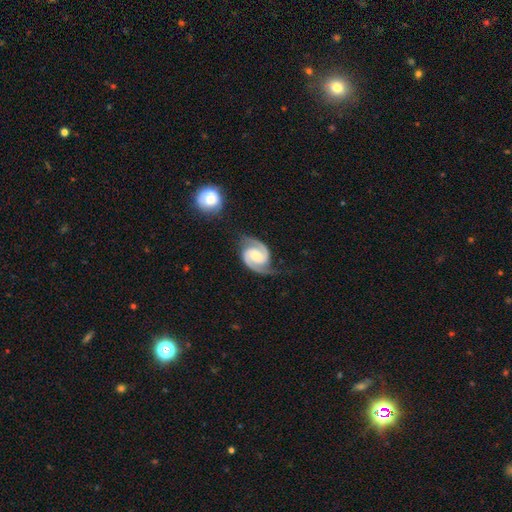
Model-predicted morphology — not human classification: Q: Smooth or featured?
A: featured or disk (92%); runner-up: smooth (4%)
Q: Edge-on disk?
A: no (98%); runner-up: yes (2%)
Q: Bar?
A: no (46%); runner-up: weak (36%)
Q: Spiral arms?
A: yes (99%); runner-up: no (1%)
Q: Spiral winding?
A: medium (47%); runner-up: tight (44%)
Q: Spiral arm count?
A: 2 (94%); runner-up: can't tell (2%)
Q: Bulge size?
A: moderate (35%); runner-up: small (28%)
Q: Merging?
A: none (73%); runner-up: minor disturbance (17%)